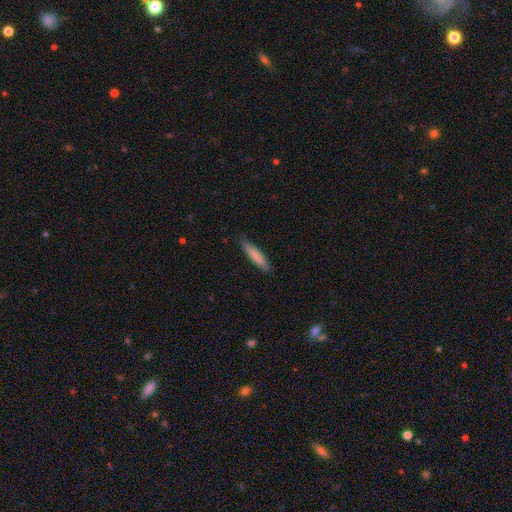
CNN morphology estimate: Smooth or featured: smooth — 83% (featured or disk — 11%)
How rounded: cigar-shaped — 84% (in between — 15%)
Merging: none — 84% (minor disturbance — 12%)